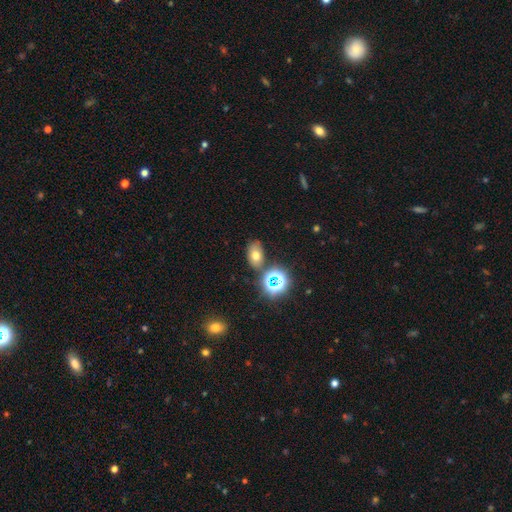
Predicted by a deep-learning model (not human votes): smooth-or-featured: smooth: 62% | star or artifact: 23% | featured or disk: 15%
  how-rounded: in between: 80% | round: 18% | cigar-shaped: 2%
  merging: none: 74% | minor disturbance: 13% | merger: 9% | major disturbance: 4%